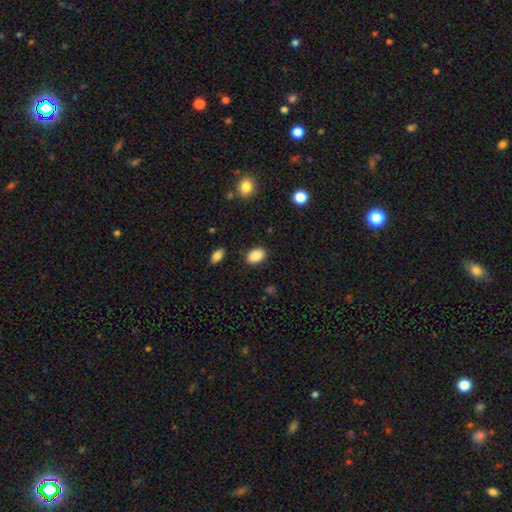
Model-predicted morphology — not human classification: Overall: smooth (88%). How rounded: in between (83%). Merging: none (87%).